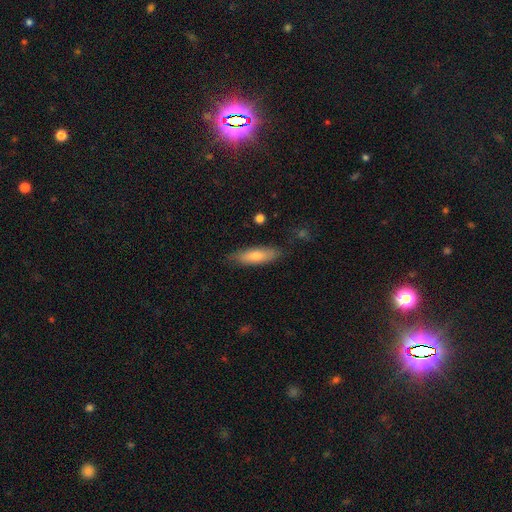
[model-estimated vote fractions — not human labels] A smooth galaxy with no disk features (70%) that is cigar-shaped (52%). Merging: none (80%).